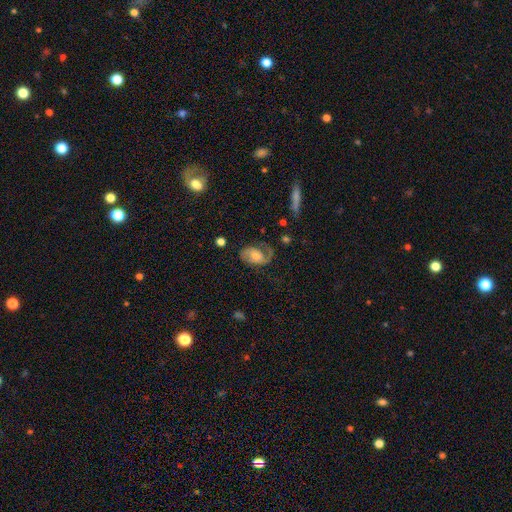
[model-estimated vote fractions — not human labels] Smooth or featured?
  - featured or disk: 72% *
  - smooth: 21%
  - star or artifact: 7%
Edge-on disk?
  - no: 96% *
  - yes: 4%
Bar?
  - no: 53% *
  - weak: 36%
  - strong: 11%
Spiral arms?
  - yes: 90% *
  - no: 10%
Spiral winding?
  - medium: 46% *
  - tight: 30%
  - loose: 24%
Spiral arm count?
  - 2: 64% *
  - 1: 26%
  - can't tell: 7%
  - 3: 1%
  - 4: 1%
  - more than 4: 1%
Bulge size?
  - moderate: 51% *
  - small: 22%
  - large: 18%
  - none: 6%
  - dominant: 2%
Merging?
  - none: 61% *
  - minor disturbance: 21%
  - major disturbance: 16%
  - merger: 2%